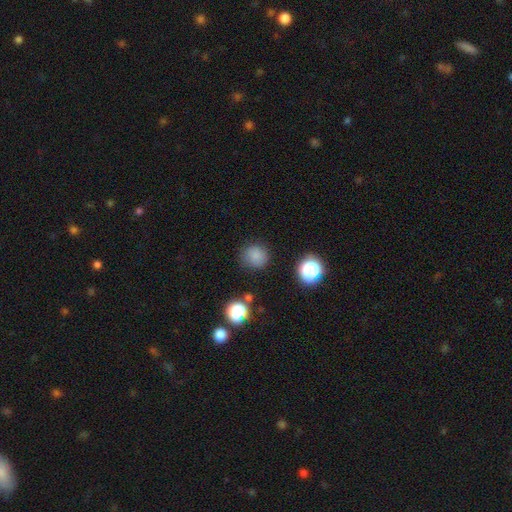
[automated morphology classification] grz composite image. It shows a smooth galaxy with no disk features (80%) that is round (90%). Merging: none (83%).